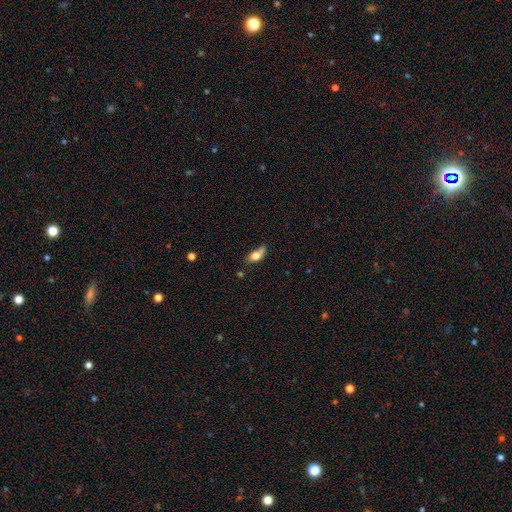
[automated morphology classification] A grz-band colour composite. It shows a smooth galaxy with no disk features (72%) that is in between round and cigar-shaped (79%). Merging: none (40%).